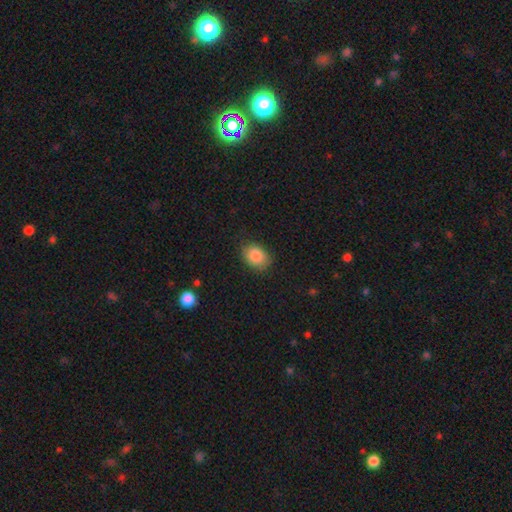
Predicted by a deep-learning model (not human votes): Smooth or featured? smooth (86%)
How rounded? in between (66%)
Merging? none (80%)